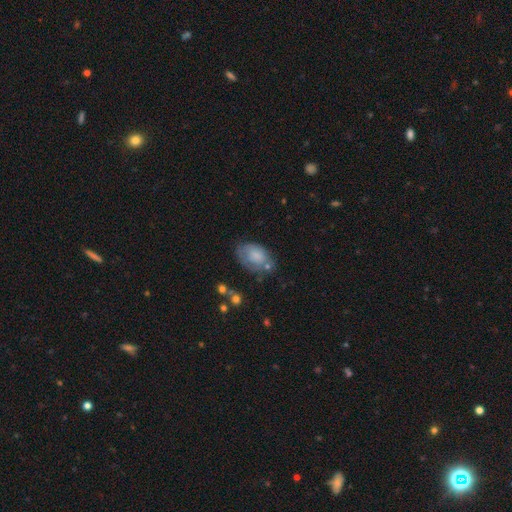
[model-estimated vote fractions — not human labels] Smooth or featured? Predicted: smooth (p=0.68). How rounded? Predicted: in between (p=0.86). Merging? Predicted: none (p=0.48).